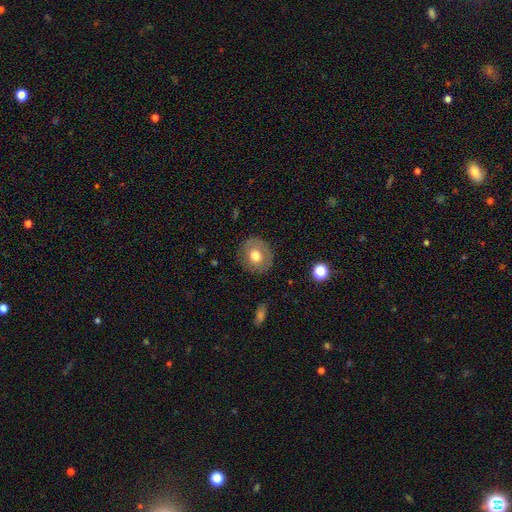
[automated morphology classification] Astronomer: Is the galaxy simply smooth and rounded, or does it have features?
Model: smooth — 63%.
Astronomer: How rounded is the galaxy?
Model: round — 81%.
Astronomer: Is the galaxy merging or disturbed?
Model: none — 84%.